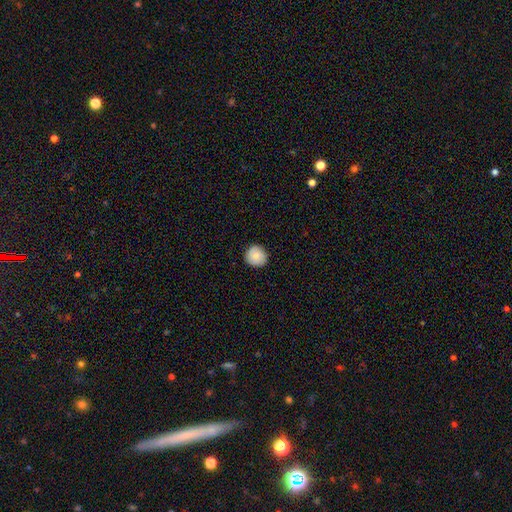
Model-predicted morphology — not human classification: This is clearly a smooth galaxy (85%). How rounded: clearly round (92%). Merging: clearly none (88%).